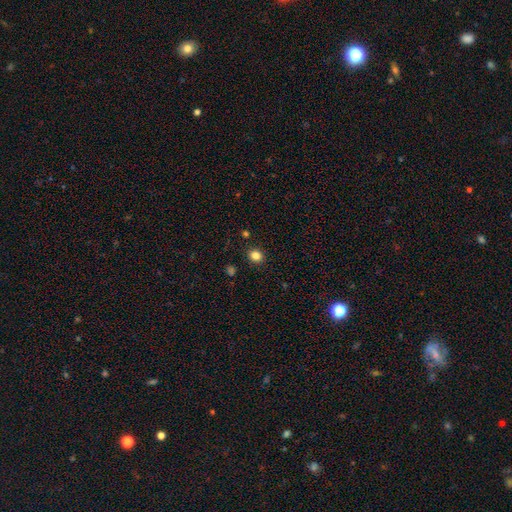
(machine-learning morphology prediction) This is clearly a smooth galaxy (83%). How rounded: likely round (78%). Merging: clearly none (91%).